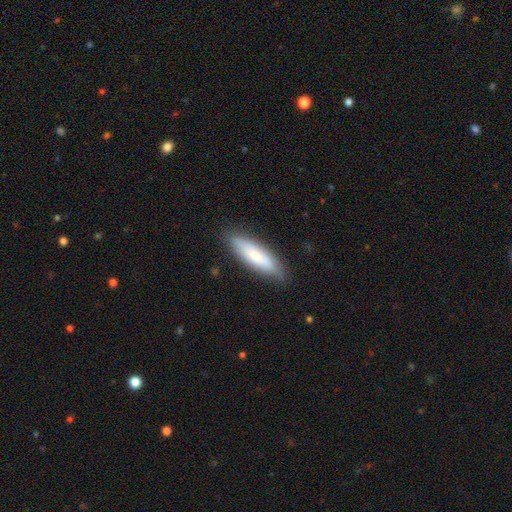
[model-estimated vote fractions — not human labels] This is likely a smooth galaxy (70%). How rounded: possibly cigar-shaped (58%). Merging: clearly none (85%).